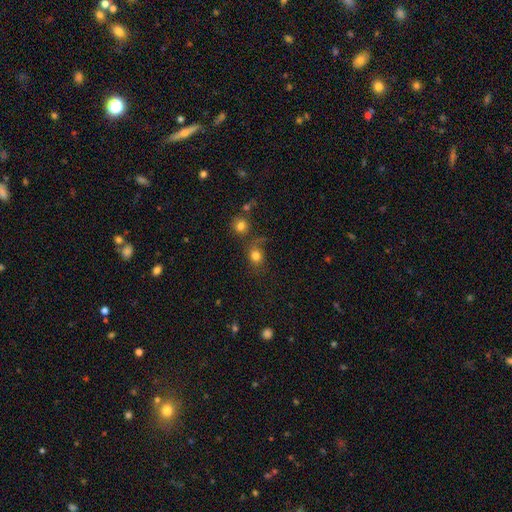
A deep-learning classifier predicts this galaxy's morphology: A smooth galaxy with no disk features (78%) that is round (69%).

Vote fractions:
- Smooth or featured? smooth: 78% / star or artifact: 14% / featured or disk: 8%
- How rounded? round: 69% / in between: 30% / cigar-shaped: 1%
- Merging? none: 58% / minor disturbance: 16% / merger: 15% / major disturbance: 11%